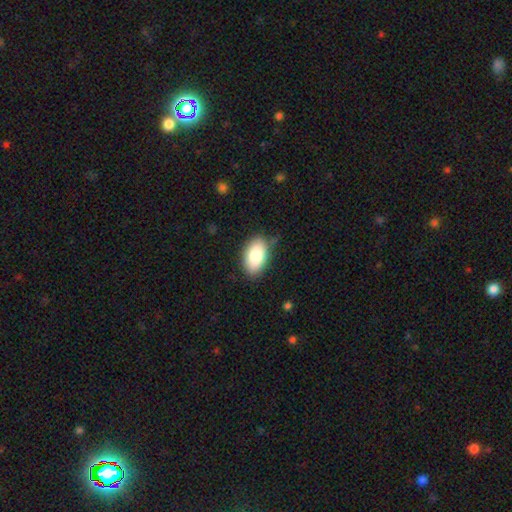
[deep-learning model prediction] Q: Smooth or featured?
A: smooth (86%); runner-up: featured or disk (8%)
Q: How rounded?
A: in between (94%); runner-up: round (4%)
Q: Merging?
A: none (81%); runner-up: minor disturbance (14%)